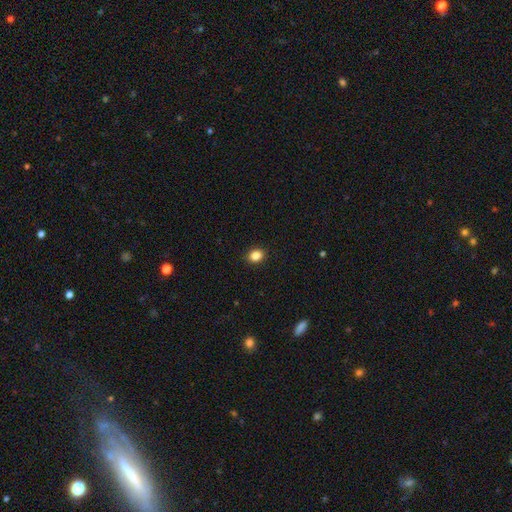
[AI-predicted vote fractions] smooth-or-featured: smooth: 86% | star or artifact: 10% | featured or disk: 4%
  how-rounded: round: 59% | in between: 40% | cigar-shaped: 1%
  merging: none: 91% | minor disturbance: 7% | major disturbance: 2% | merger: 1%